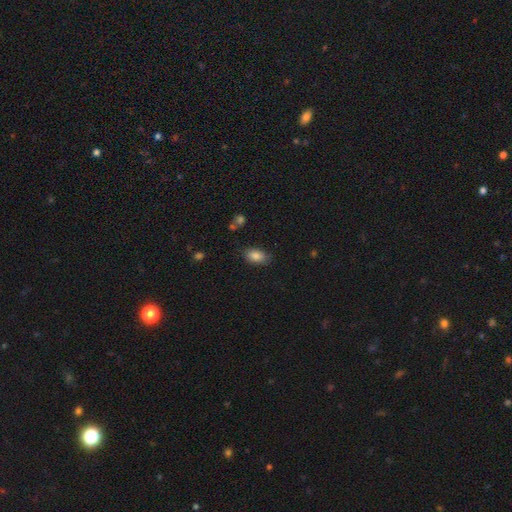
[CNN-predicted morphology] Smooth or featured? Predicted: smooth (p=0.85). How rounded? Predicted: in between (p=0.89). Merging? Predicted: none (p=0.79).